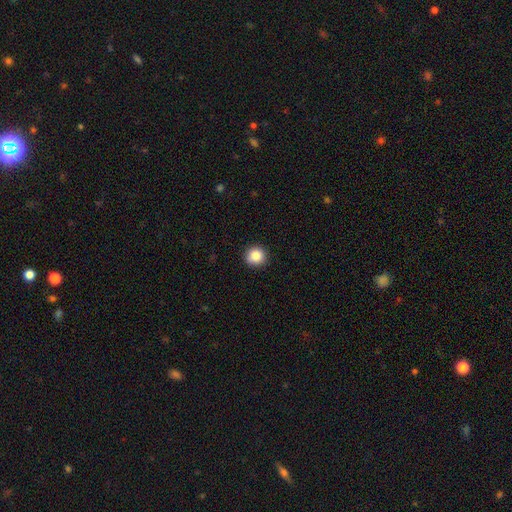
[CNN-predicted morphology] smooth_or_featured: smooth (p=0.86) [alt: star or artifact p=0.10]
how_rounded: round (p=0.93) [alt: in between p=0.06]
merging: none (p=0.90) [alt: minor disturbance p=0.07]